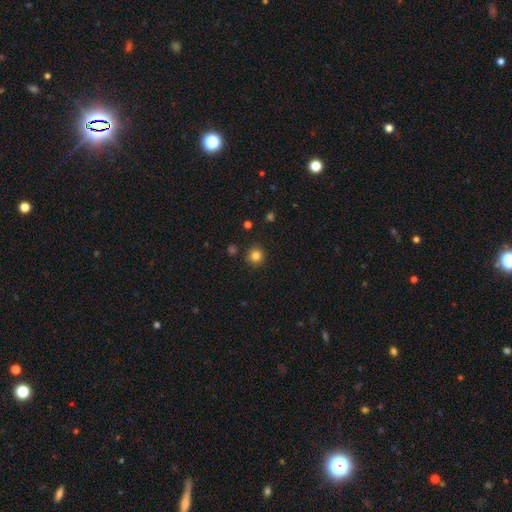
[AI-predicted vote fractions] Smooth or featured? smooth (83%)
How rounded? round (94%)
Merging? none (90%)